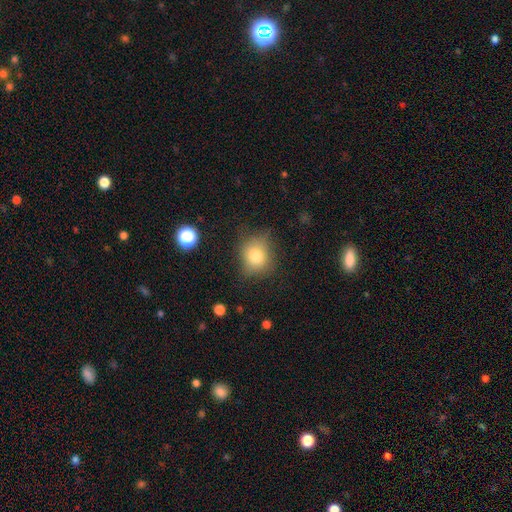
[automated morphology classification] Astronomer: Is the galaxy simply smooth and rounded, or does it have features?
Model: smooth — 77%.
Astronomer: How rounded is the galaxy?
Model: round — 72%.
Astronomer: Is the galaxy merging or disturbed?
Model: none — 69%.